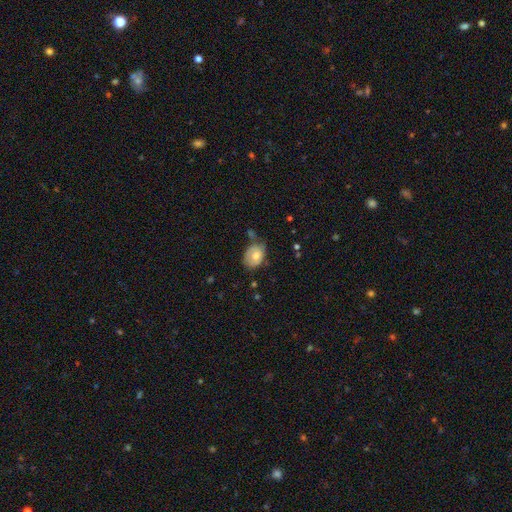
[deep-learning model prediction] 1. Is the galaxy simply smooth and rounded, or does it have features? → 63% smooth, 30% featured or disk, 7% star or artifact.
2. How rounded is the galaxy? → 68% in between, 31% round, 1% cigar-shaped.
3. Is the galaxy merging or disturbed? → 59% none, 28% minor disturbance, 7% major disturbance, 6% merger.